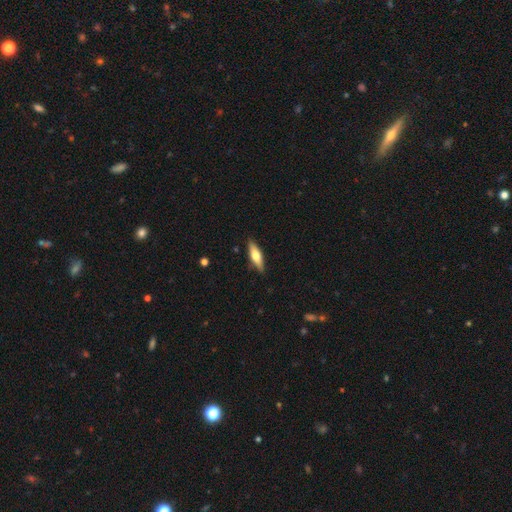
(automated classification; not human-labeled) Morphology: type=smooth (54%); roundness=cigar-shaped (56%); merging=none (88%).